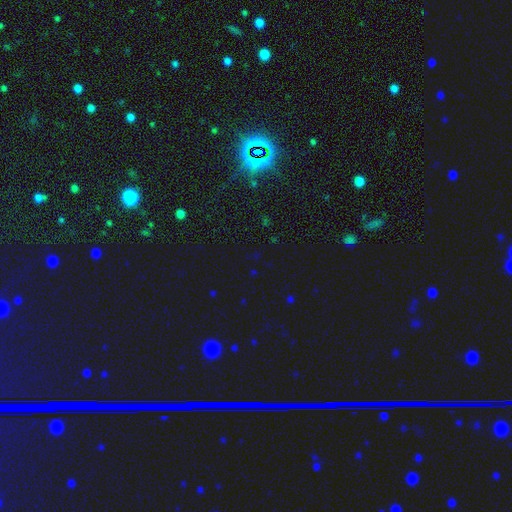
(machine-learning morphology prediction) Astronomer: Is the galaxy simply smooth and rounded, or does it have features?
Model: star or artifact — 70%.